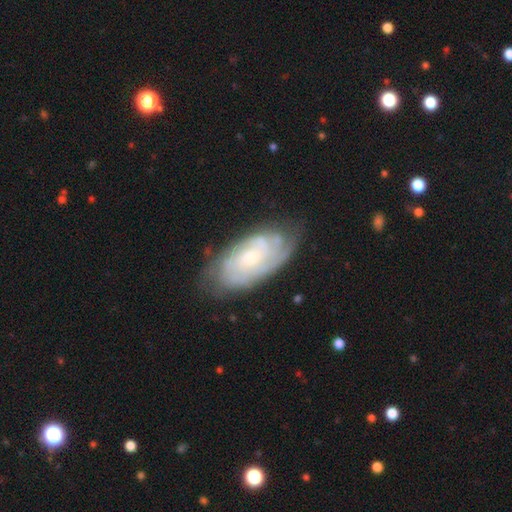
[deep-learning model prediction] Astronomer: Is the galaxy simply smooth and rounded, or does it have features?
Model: featured or disk — 75%.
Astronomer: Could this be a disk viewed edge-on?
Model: no — 93%.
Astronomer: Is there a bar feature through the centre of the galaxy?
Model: no — 69%.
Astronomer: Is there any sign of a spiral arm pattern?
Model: yes — 90%.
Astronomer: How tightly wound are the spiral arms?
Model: tight — 70%.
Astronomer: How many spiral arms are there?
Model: can't tell — 50%.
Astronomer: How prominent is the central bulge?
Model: small — 59% (runner-up: moderate, 35%).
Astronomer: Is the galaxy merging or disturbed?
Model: none — 72%.